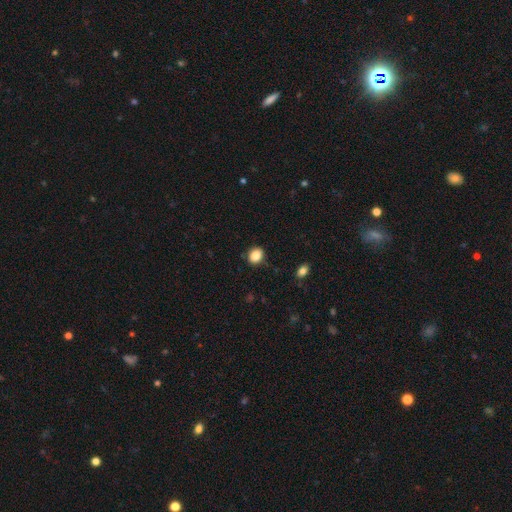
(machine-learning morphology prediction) Smooth or featured?
  - smooth: 87% *
  - star or artifact: 9%
  - featured or disk: 3%
How rounded?
  - round: 60% *
  - in between: 39%
  - cigar-shaped: 1%
Merging?
  - none: 85% *
  - minor disturbance: 11%
  - major disturbance: 3%
  - merger: 1%